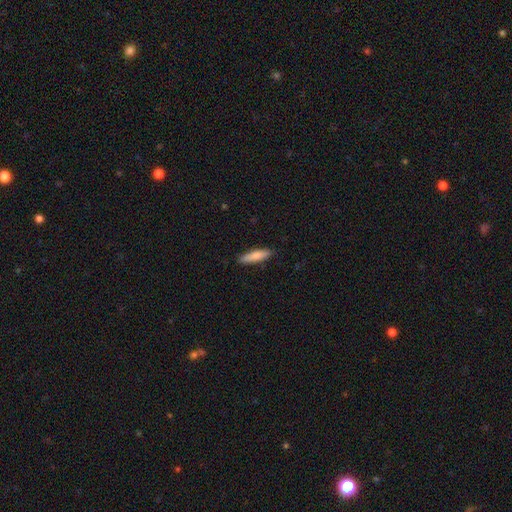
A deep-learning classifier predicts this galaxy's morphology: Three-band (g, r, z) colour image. It shows a smooth galaxy with no disk features (79%) that is cigar-shaped (74%). Merging: none (88%).